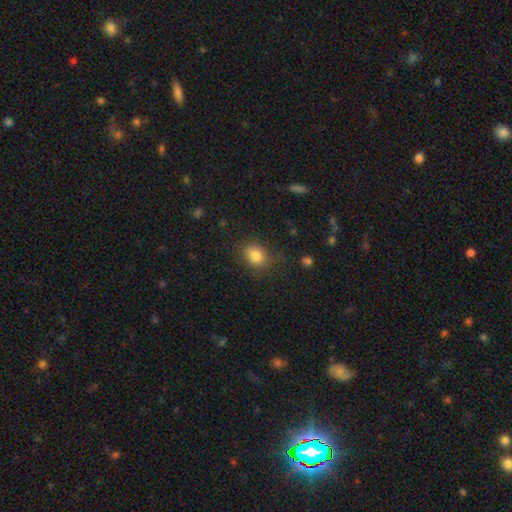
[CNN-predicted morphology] Smooth or featured? Predicted: smooth (p=0.83). How rounded? Predicted: in between (p=0.50). Merging? Predicted: none (p=0.77).